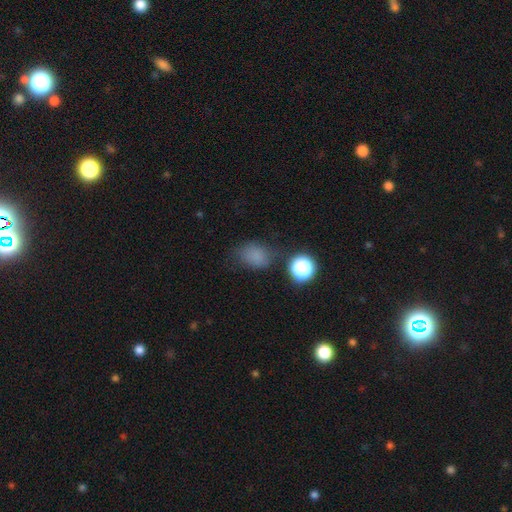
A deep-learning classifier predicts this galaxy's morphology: The model was most divided on "how rounded": in between: 59%, round: 40%, cigar-shaped: 1%. More confident: smooth or featured — smooth (76%); merging — none (63%).